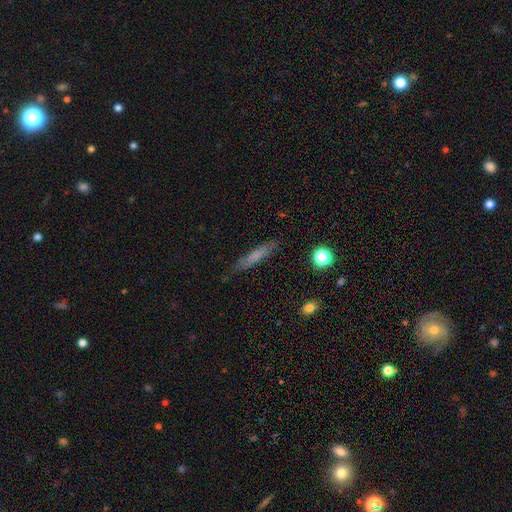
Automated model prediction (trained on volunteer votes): This is likely a smooth galaxy (63%). How rounded: clearly cigar-shaped (89%). Merging: clearly none (83%).